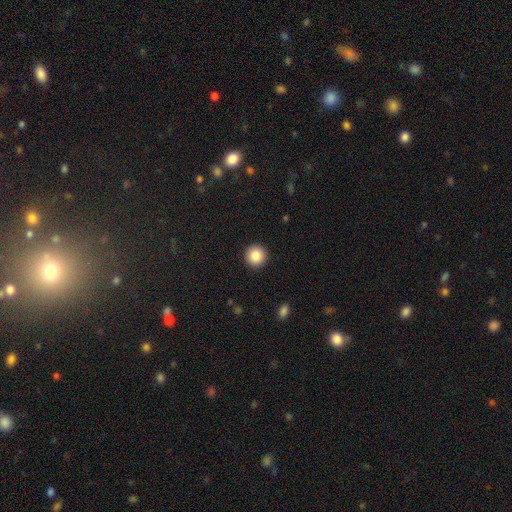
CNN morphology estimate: This appears to be a smooth galaxy with no disk features (86%) that is round (96%). Merging: none (93%).